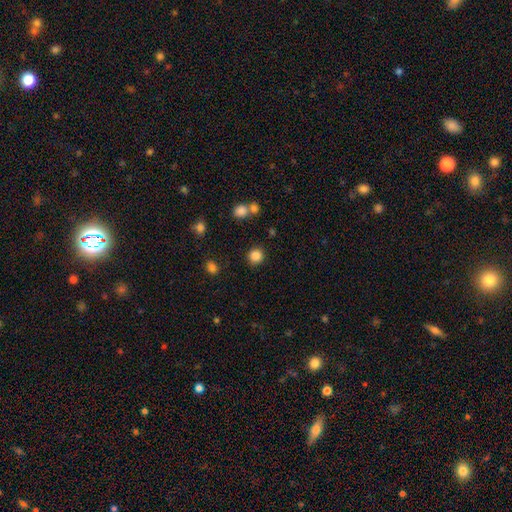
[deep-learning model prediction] Q: Smooth or featured?
A: smooth (85%); runner-up: star or artifact (11%)
Q: How rounded?
A: round (92%); runner-up: in between (7%)
Q: Merging?
A: none (87%); runner-up: minor disturbance (7%)